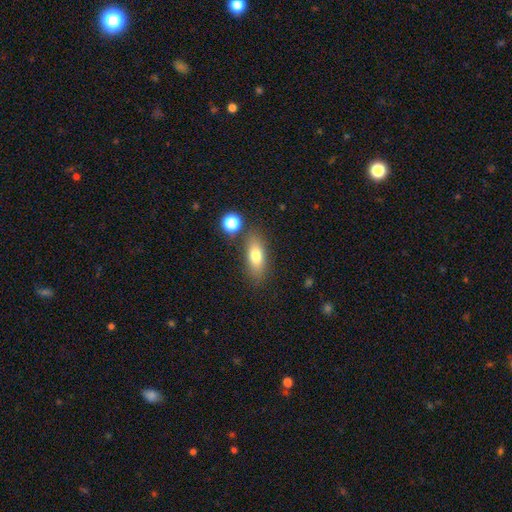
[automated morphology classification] type=smooth (76%); roundness=in between (74%); merging=none (77%).